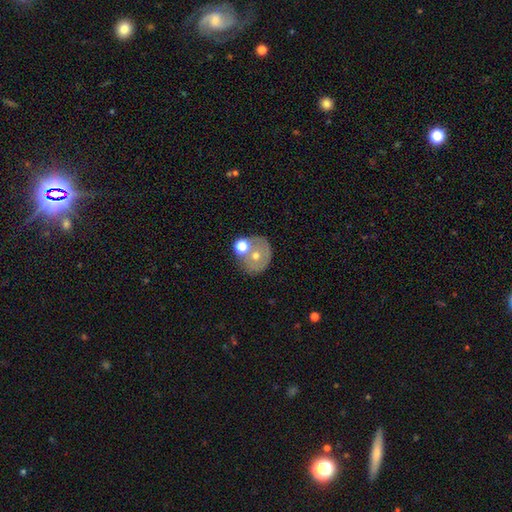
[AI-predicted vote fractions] Smooth or featured? smooth (49%)
Merging? none (56%)